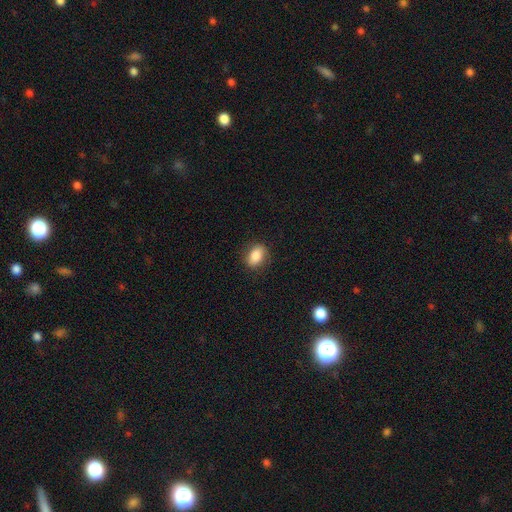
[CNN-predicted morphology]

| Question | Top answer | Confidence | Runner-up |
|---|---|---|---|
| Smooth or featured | smooth | 83% | featured or disk (9%) |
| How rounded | in between | 77% | round (21%) |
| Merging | none | 83% | minor disturbance (12%) |